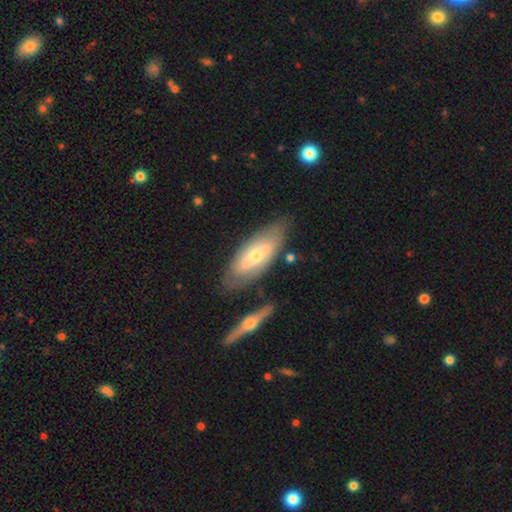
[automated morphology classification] Smooth or featured? featured or disk (51%)
Edge-on disk? no (76%)
Merging? none (70%)